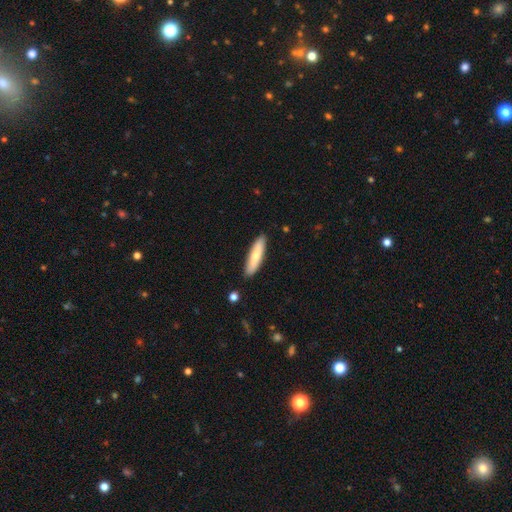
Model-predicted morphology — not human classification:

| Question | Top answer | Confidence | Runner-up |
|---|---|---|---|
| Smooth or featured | smooth | 68% | featured or disk (27%) |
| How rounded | cigar-shaped | 72% | in between (27%) |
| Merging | none | 89% | minor disturbance (8%) |